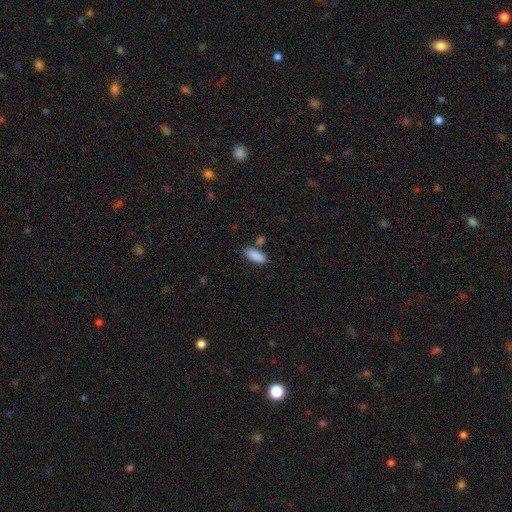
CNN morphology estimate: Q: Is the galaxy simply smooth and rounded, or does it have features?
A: smooth — 89%.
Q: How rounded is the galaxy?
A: in between — 72%.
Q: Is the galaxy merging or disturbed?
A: none — 72%.